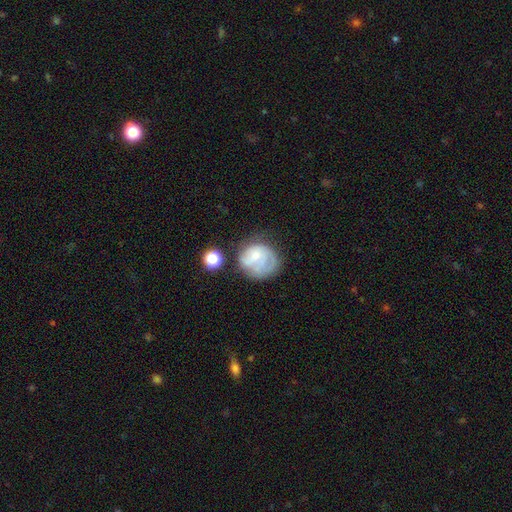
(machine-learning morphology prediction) featured or disk 51%, smooth 40%, star or artifact 9%. Down the decision tree: edge-on disk — no (98%); merging — none (42%).